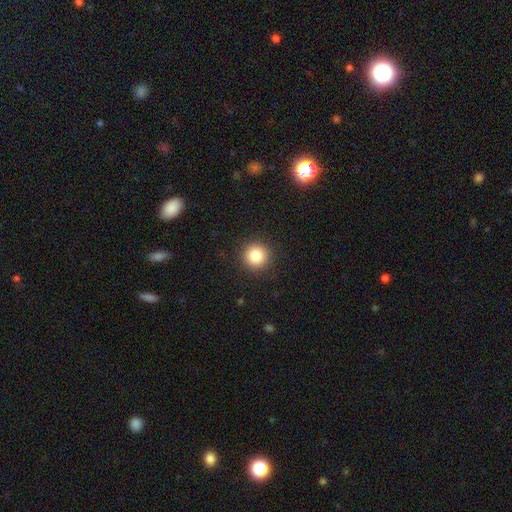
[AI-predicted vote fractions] smooth-or-featured: smooth: 84% | star or artifact: 10% | featured or disk: 6%
  how-rounded: round: 95% | in between: 4% | cigar-shaped: 1%
  merging: none: 92% | minor disturbance: 5% | major disturbance: 2% | merger: 1%